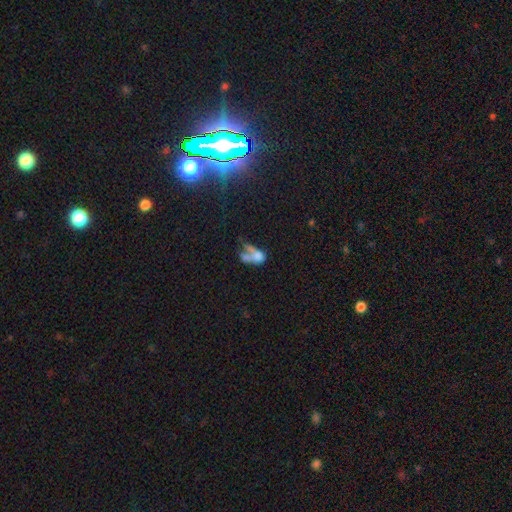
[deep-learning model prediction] smooth_or_featured: smooth (p=0.47) [alt: featured or disk p=0.37]
merging: merger (p=0.42) [alt: major disturbance p=0.30]